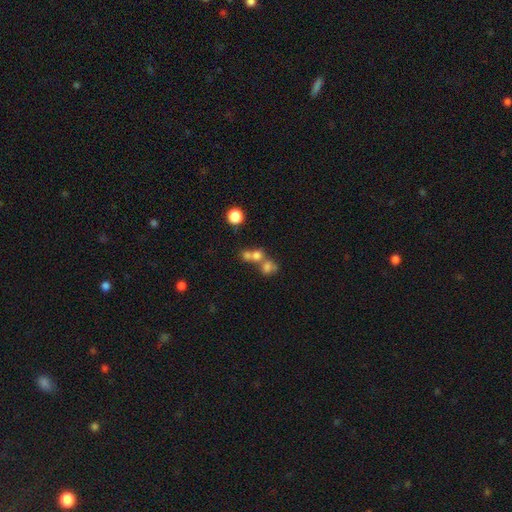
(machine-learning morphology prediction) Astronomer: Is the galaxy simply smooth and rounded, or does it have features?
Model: smooth — 68%.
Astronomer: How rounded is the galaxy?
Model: round — 69%.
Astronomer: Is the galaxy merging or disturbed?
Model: merger — 58%.